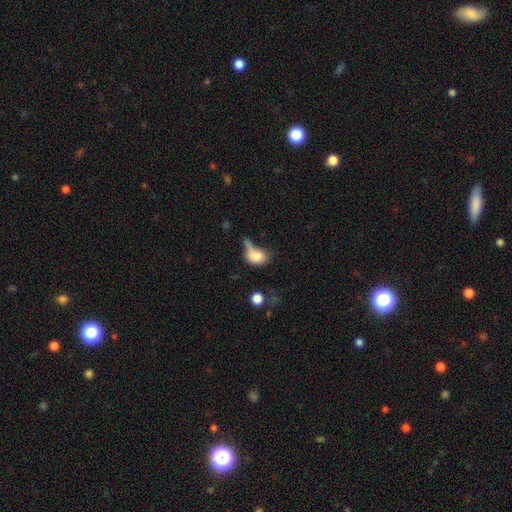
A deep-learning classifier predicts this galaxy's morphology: type=smooth (77%); roundness=in between (69%); merging=merger (27%).